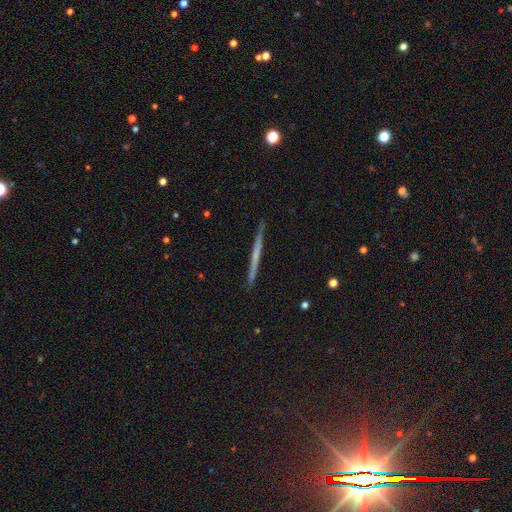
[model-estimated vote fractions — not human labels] The model was most divided on "smooth or featured": featured or disk: 58%, smooth: 36%, star or artifact: 6%. More confident: edge-on disk — yes (98%); merging — none (91%); edge-on bulge — none (86%).